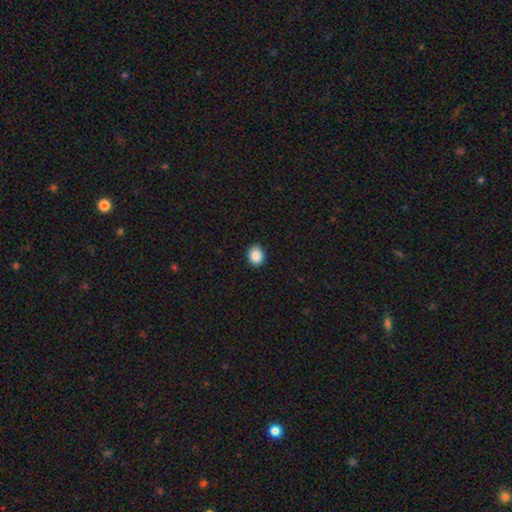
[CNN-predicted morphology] Overall: smooth (88%). How rounded: round (62%; in between 37%). Merging: none (90%).